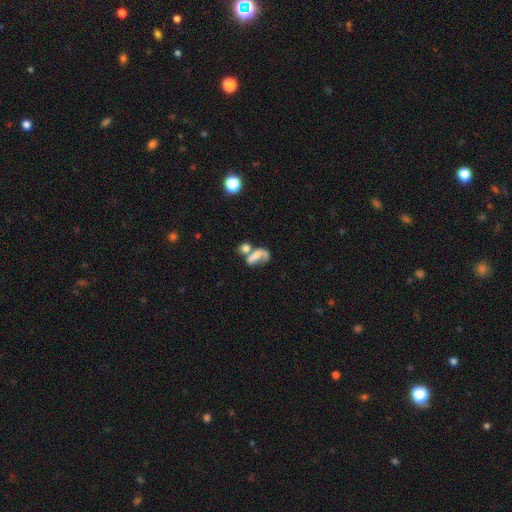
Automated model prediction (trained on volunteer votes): This is possibly a smooth galaxy (47%). Merging: possibly merger (50%).